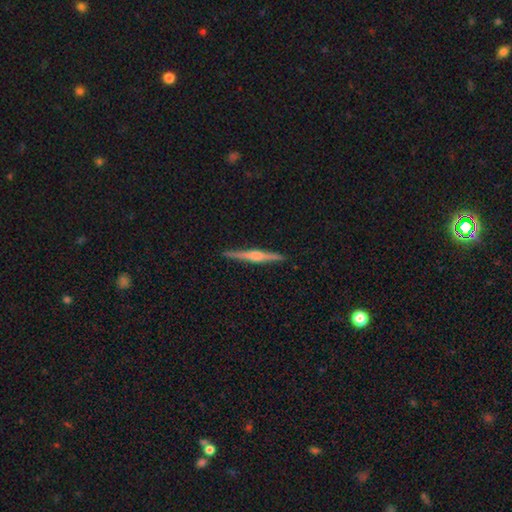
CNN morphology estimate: Smooth or featured? Predicted: featured or disk (p=0.78). Edge-on disk? Predicted: yes (p=0.99). Edge-on bulge? Predicted: rounded (p=0.79). Merging? Predicted: none (p=0.92).